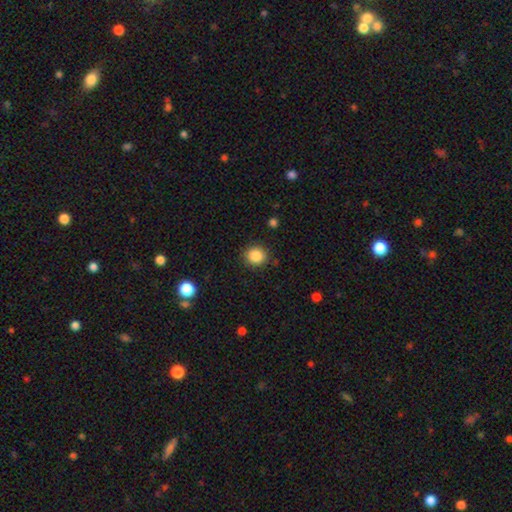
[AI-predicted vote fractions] A smooth galaxy with no disk features (87%) that is round (86%). Merging: none (88%).